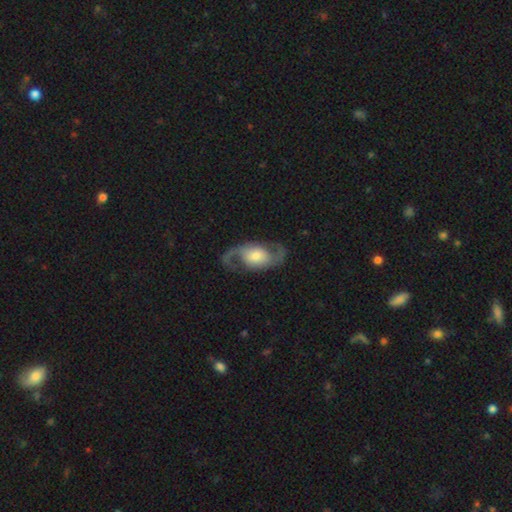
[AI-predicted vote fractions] Overall: featured or disk (84%). Edge-on disk: no (96%). Bar: no (54%; weak 34%). Spiral arms: yes (94%). Spiral arm count: 2 (92%). Spiral winding: medium (46%; loose 42%). Bulge size: moderate (46%; large 25%). Merging: none (78%).